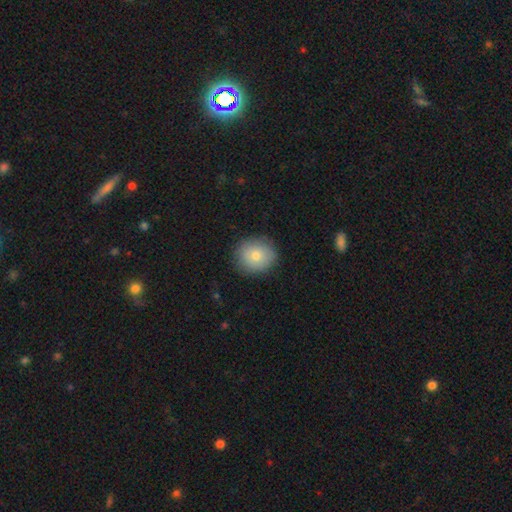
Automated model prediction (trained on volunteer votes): Smooth or featured?
  - smooth: 75% *
  - featured or disk: 16%
  - star or artifact: 9%
How rounded?
  - round: 82% *
  - in between: 17%
  - cigar-shaped: 1%
Merging?
  - none: 85% *
  - minor disturbance: 11%
  - major disturbance: 3%
  - merger: 1%